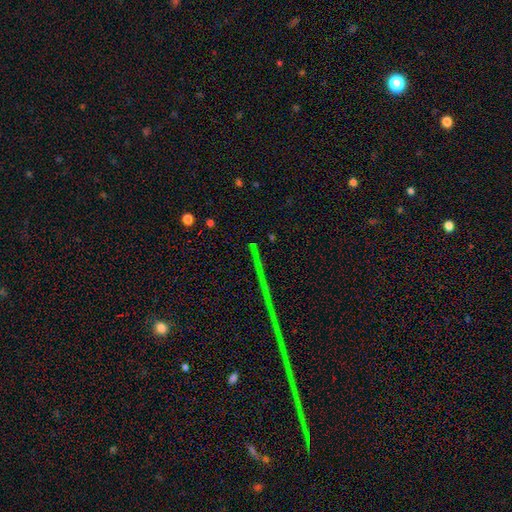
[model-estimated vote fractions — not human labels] star or artifact 79%, featured or disk 11%, smooth 10%.